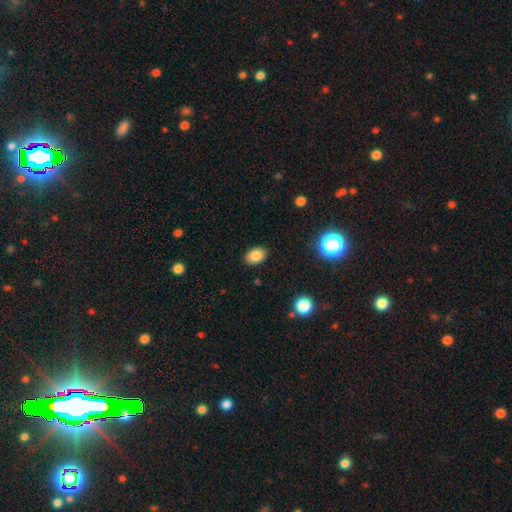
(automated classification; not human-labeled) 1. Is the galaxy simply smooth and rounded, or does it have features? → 84% smooth, 10% star or artifact, 6% featured or disk.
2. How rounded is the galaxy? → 82% in between, 17% round, 1% cigar-shaped.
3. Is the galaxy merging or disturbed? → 88% none, 9% minor disturbance, 2% major disturbance, 1% merger.